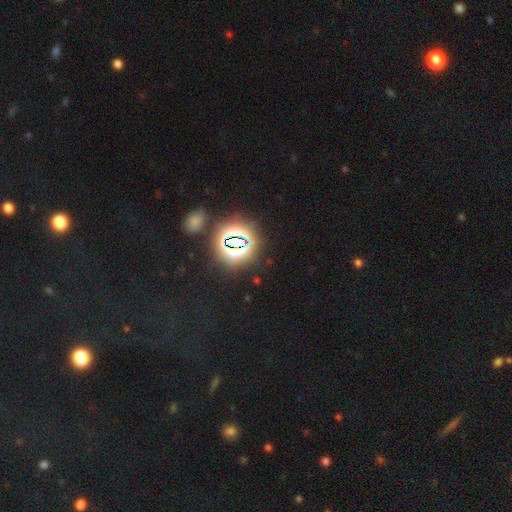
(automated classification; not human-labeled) A star or artifact, not a galaxy (75%).

Vote fractions:
- Smooth or featured? star or artifact: 75% / smooth: 16% / featured or disk: 9%